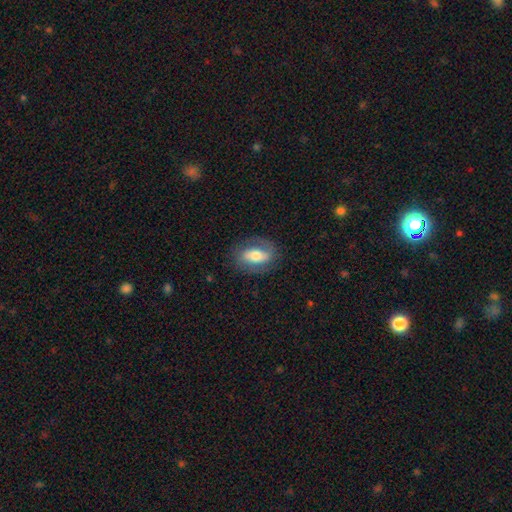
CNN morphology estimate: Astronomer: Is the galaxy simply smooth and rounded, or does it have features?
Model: featured or disk — 50% (runner-up: smooth, 43%).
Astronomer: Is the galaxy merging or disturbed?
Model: none — 78%.